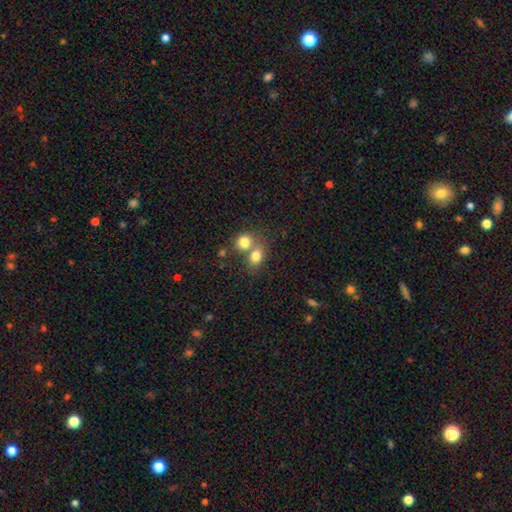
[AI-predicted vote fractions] Smooth or featured? smooth (79%)
How rounded? round (52%)
Merging? merger (53%)